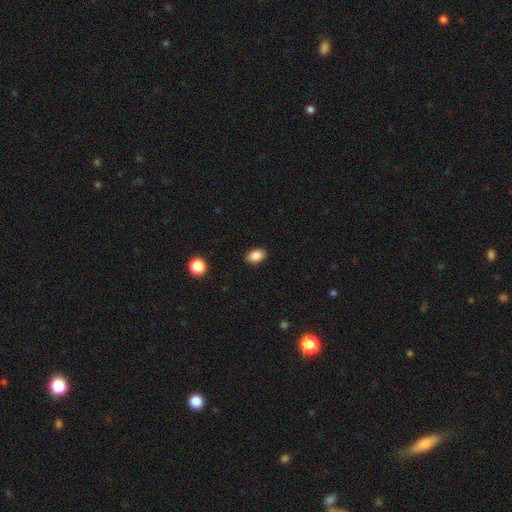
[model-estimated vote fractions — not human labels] Overall: smooth (87%). How rounded: in between (86%). Merging: none (89%).